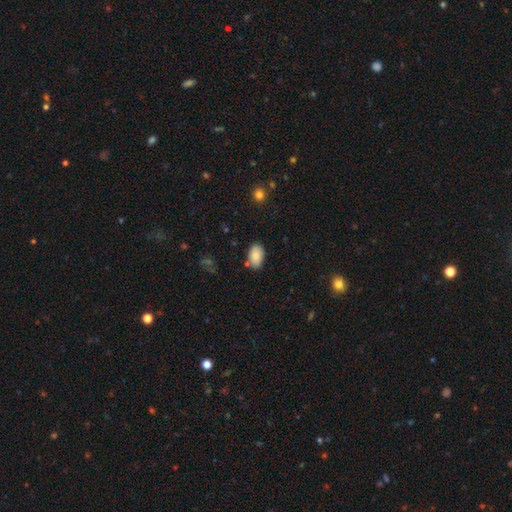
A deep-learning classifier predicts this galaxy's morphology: Smooth or featured? Predicted: smooth (p=0.86). How rounded? Predicted: in between (p=0.92). Merging? Predicted: none (p=0.79).